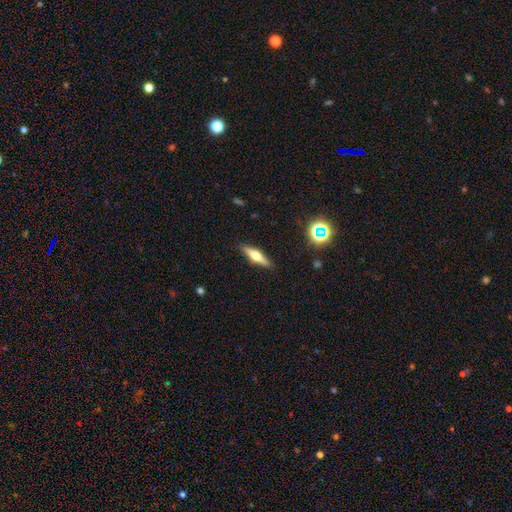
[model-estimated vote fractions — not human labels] Smooth or featured? featured or disk (54%)
Edge-on disk? yes (94%)
Edge-on bulge? rounded (92%)
Merging? none (89%)